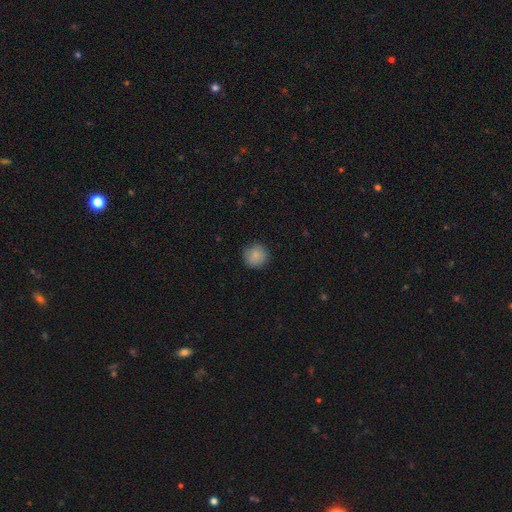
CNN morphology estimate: This is clearly a smooth galaxy (87%). How rounded: clearly round (94%). Merging: clearly none (88%).